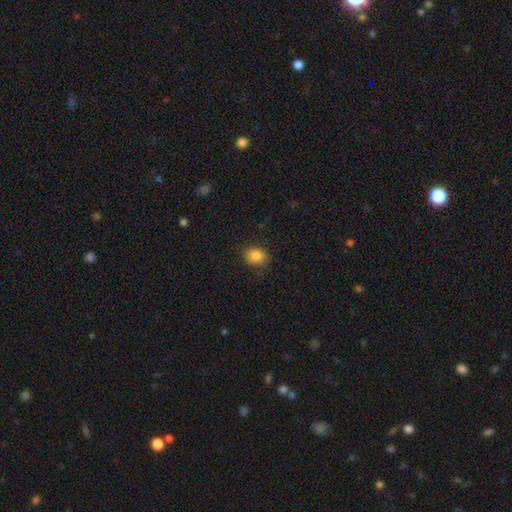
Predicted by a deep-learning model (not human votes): smooth-or-featured: smooth: 86% | star or artifact: 10% | featured or disk: 5%
  how-rounded: in between: 52% | round: 48% | cigar-shaped: 1%
  merging: none: 80% | minor disturbance: 15% | major disturbance: 4% | merger: 1%